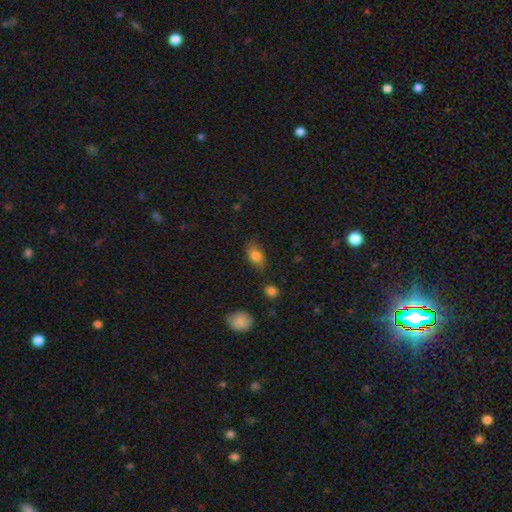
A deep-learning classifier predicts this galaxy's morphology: This appears to be a smooth galaxy with no disk features (81%) that is in between round and cigar-shaped (82%). Merging: none (74%).